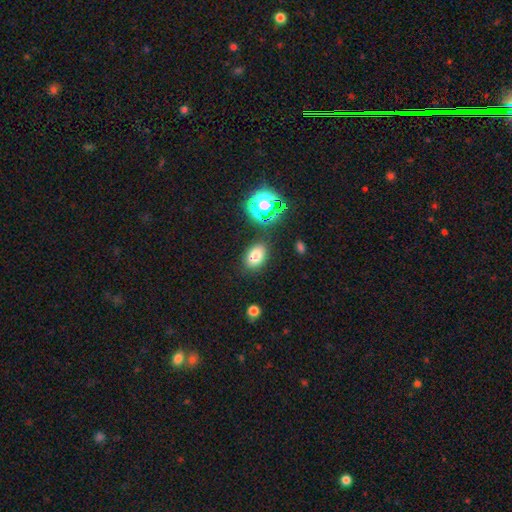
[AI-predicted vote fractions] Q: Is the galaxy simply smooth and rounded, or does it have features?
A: smooth — 74%.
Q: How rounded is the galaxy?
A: in between — 81%.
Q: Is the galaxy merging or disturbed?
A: none — 82%.